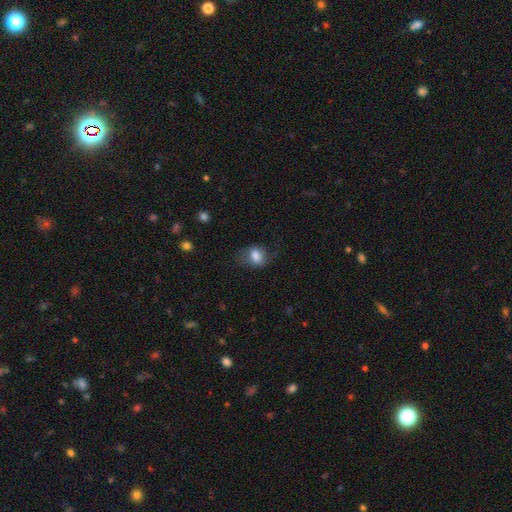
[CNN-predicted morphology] This appears to be a smooth galaxy with no disk features (75%) that is in between round and cigar-shaped (61%). Merging: none (55%).